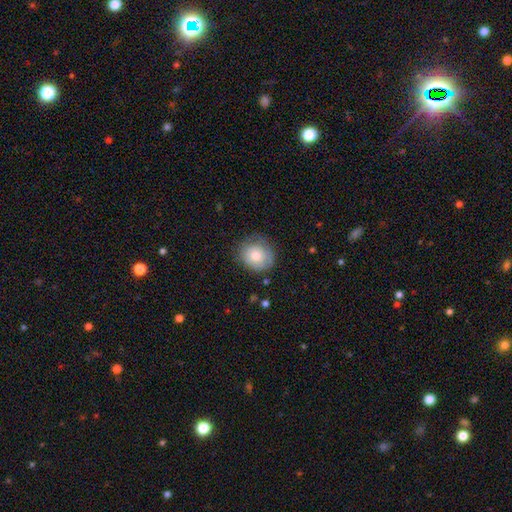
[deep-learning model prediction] smooth 72%, featured or disk 21%, star or artifact 8%. Down the decision tree: how rounded — round (77%); merging — none (74%).